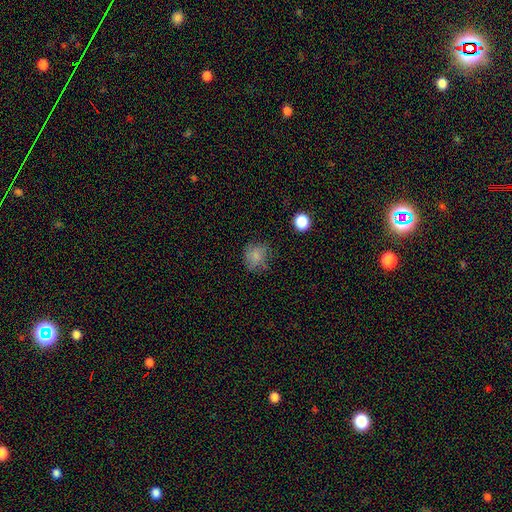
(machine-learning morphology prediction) Overall: smooth (77%). How rounded: round (75%). Merging: none (67%).